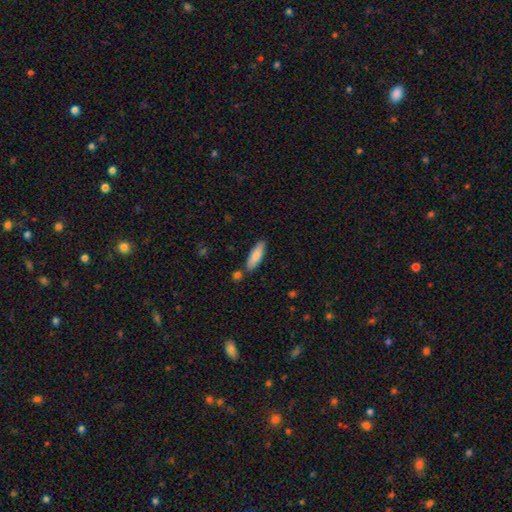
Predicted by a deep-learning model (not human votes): smooth_or_featured: smooth (p=0.83) [alt: featured or disk p=0.11]
how_rounded: in between (p=0.50) [alt: cigar-shaped p=0.48]
merging: none (p=0.80) [alt: minor disturbance p=0.11]